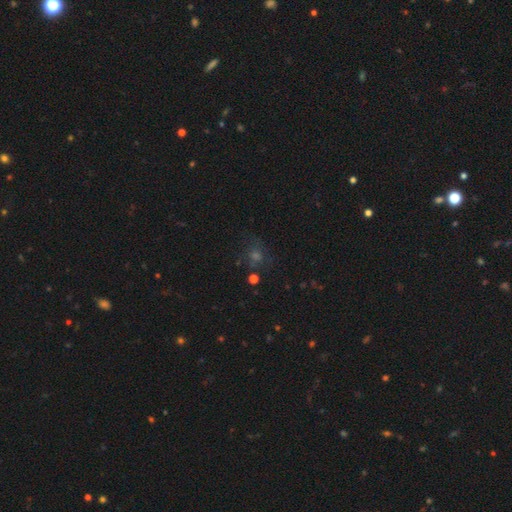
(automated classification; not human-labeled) Smooth or featured? Predicted: star or artifact (p=0.43).